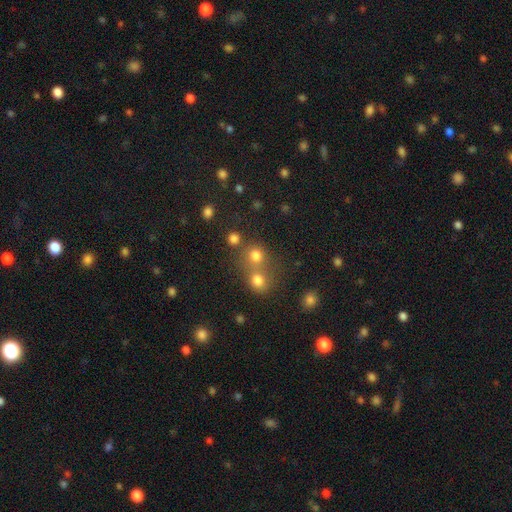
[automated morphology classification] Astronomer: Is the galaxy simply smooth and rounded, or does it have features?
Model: smooth — 77%.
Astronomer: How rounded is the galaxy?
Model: round — 85%.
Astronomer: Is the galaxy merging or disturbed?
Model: none — 52% (runner-up: merger, 38%).